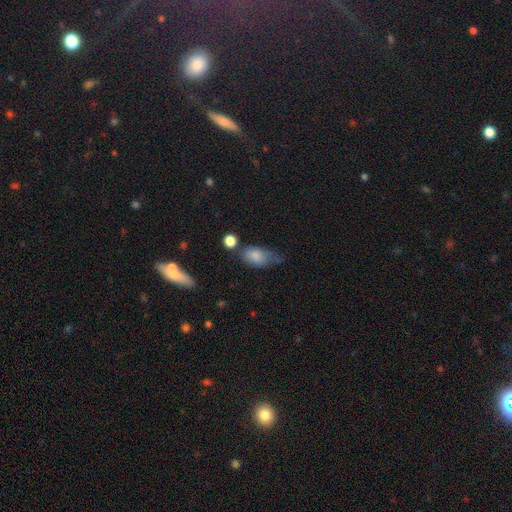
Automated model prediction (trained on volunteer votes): Overall: smooth (79%). How rounded: in between (86%). Merging: minor disturbance (37%; none 35%).